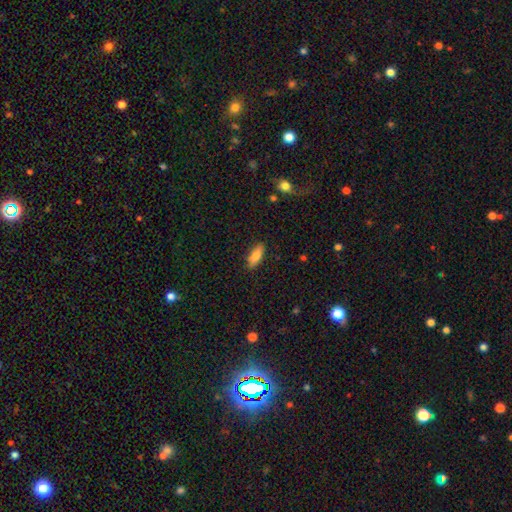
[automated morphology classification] smooth-or-featured: smooth: 78% | featured or disk: 15% | star or artifact: 7%
  how-rounded: in between: 65% | cigar-shaped: 32% | round: 2%
  merging: none: 86% | minor disturbance: 10% | major disturbance: 2% | merger: 1%